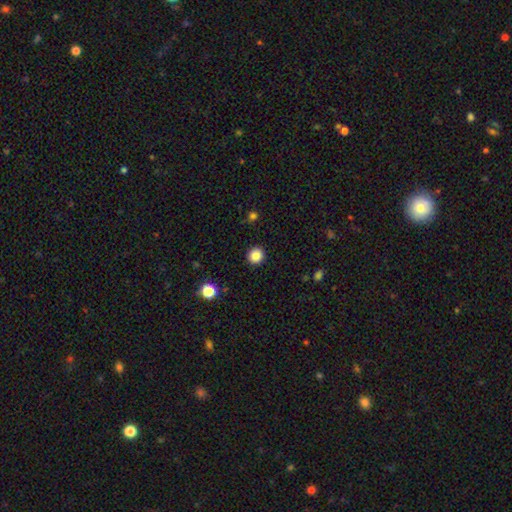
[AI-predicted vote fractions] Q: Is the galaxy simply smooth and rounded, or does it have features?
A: smooth — 85%.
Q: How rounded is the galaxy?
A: round — 92%.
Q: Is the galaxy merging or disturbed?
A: none — 92%.